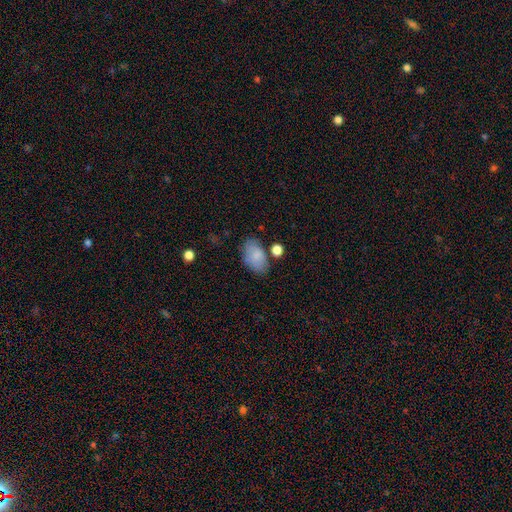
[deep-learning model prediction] A smooth galaxy with no disk features (82%) that is in between round and cigar-shaped (92%). Merging: none (68%).